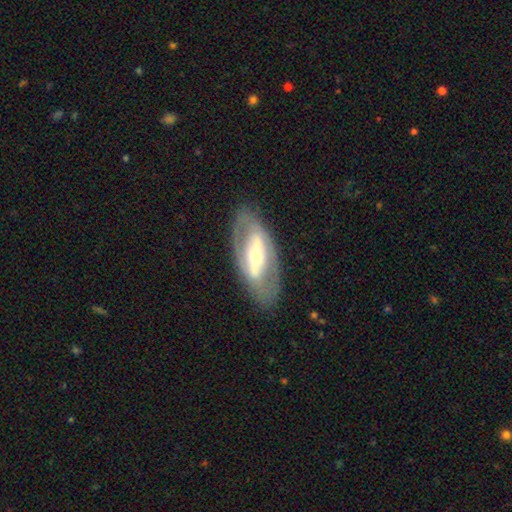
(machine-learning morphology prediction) This is likely a featured or disk galaxy (72%). It is clearly not viewed edge-on (86%). Bar: possibly strong (48%). Spiral arm pattern: possibly no (57%). Central bulge: possibly moderate (58%). Merging: clearly none (82%).